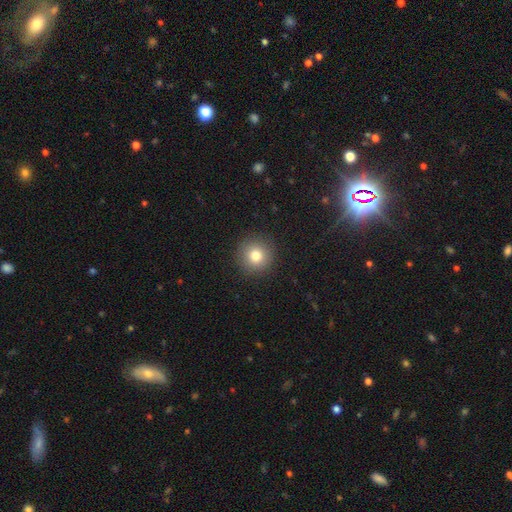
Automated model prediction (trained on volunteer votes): A smooth galaxy with no disk features (79%) that is round (95%).

Vote fractions:
- Smooth or featured? smooth: 79% / star or artifact: 12% / featured or disk: 9%
- How rounded? round: 95% / in between: 4% / cigar-shaped: 1%
- Merging? none: 91% / minor disturbance: 6% / major disturbance: 2% / merger: 1%